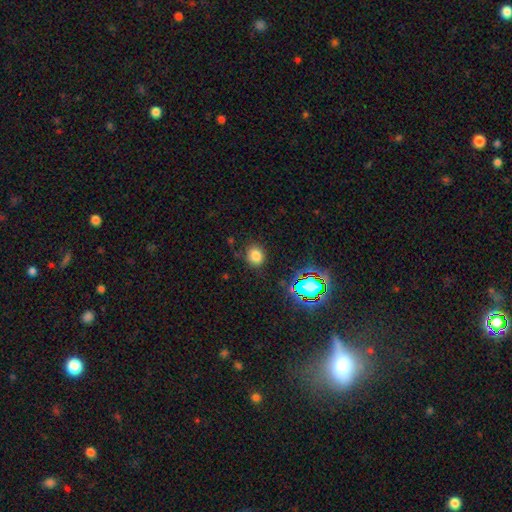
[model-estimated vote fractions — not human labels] A smooth galaxy with no disk features (76%) that is round (68%).

Vote fractions:
- Smooth or featured? smooth: 76% / star or artifact: 18% / featured or disk: 7%
- How rounded? round: 68% / in between: 31% / cigar-shaped: 1%
- Merging? none: 83% / minor disturbance: 12% / major disturbance: 4% / merger: 2%